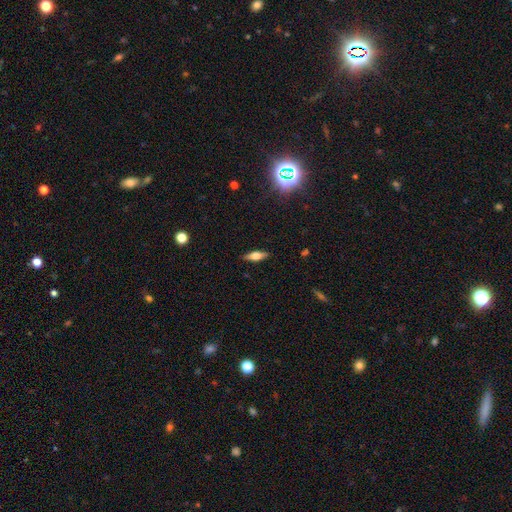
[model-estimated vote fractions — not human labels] A smooth galaxy with no disk features (46%).

Vote fractions:
- Smooth or featured? smooth: 46% / featured or disk: 45% / star or artifact: 9%
- Merging? none: 87% / minor disturbance: 9% / major disturbance: 2% / merger: 1%